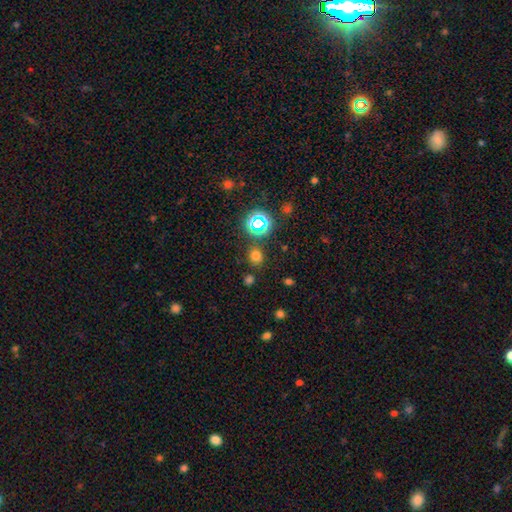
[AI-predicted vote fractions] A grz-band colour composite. It shows a smooth galaxy with no disk features (69%) that is round (78%). Merging: none (82%).